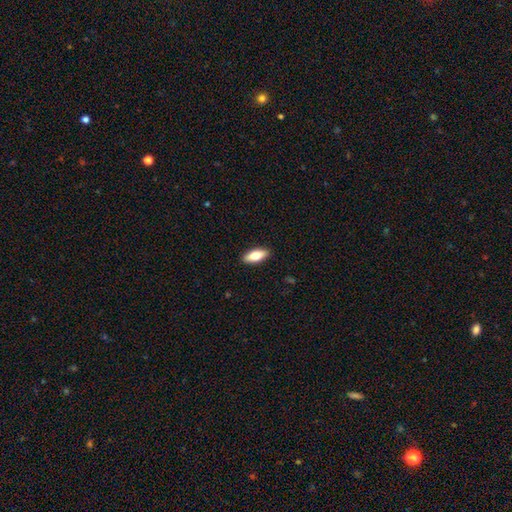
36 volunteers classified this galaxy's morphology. This appears to be a smooth galaxy with no disk features (61%) that is in between round and cigar-shaped (64%). Merging: none (86%).